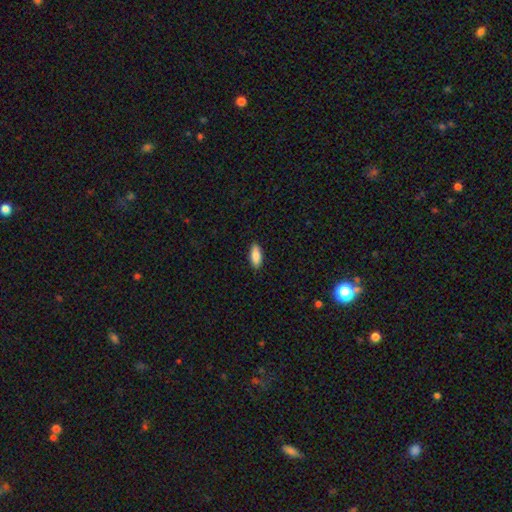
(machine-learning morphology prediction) type=smooth (86%); roundness=in between (81%); merging=none (89%).